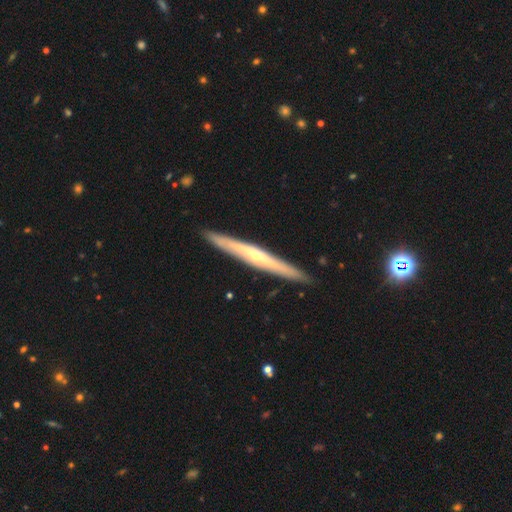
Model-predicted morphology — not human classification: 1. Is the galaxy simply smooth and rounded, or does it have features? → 73% featured or disk, 22% smooth, 5% star or artifact.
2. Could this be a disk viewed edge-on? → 95% yes, 5% no.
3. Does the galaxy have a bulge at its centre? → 72% rounded, 25% none, 3% boxy.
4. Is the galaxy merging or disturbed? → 91% none, 7% minor disturbance, 1% major disturbance, 1% merger.